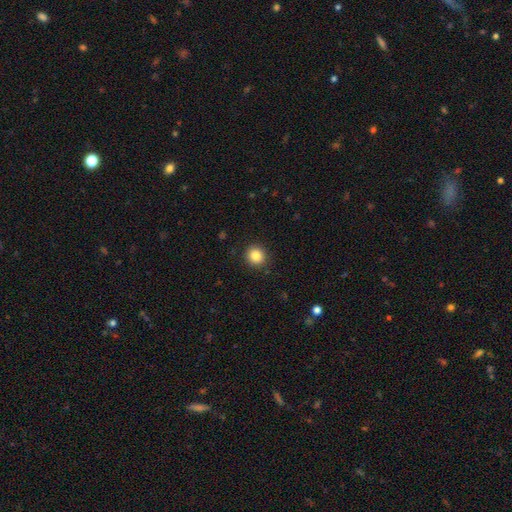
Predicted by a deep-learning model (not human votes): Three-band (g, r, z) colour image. It shows a smooth galaxy with no disk features (85%) that is round (90%). Merging: none (92%).